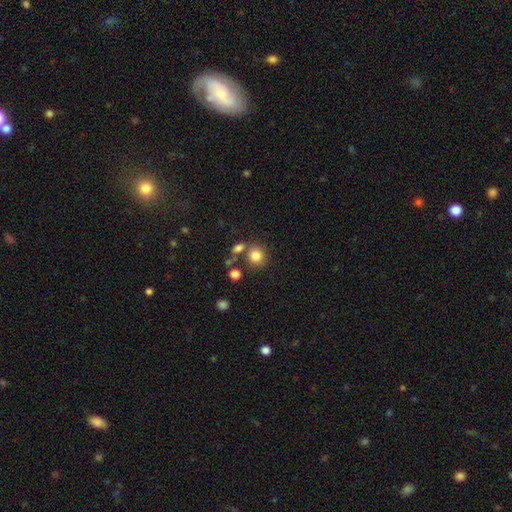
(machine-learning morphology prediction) Overall: smooth (82%). How rounded: round (83%). Merging: none (67%).